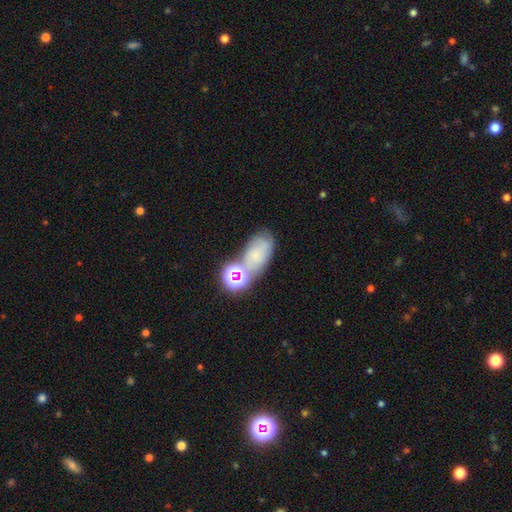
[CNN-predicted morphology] Q: Smooth or featured?
A: smooth (53%); runner-up: star or artifact (24%)
Q: How rounded?
A: in between (83%); runner-up: round (14%)
Q: Merging?
A: none (48%); runner-up: merger (24%)